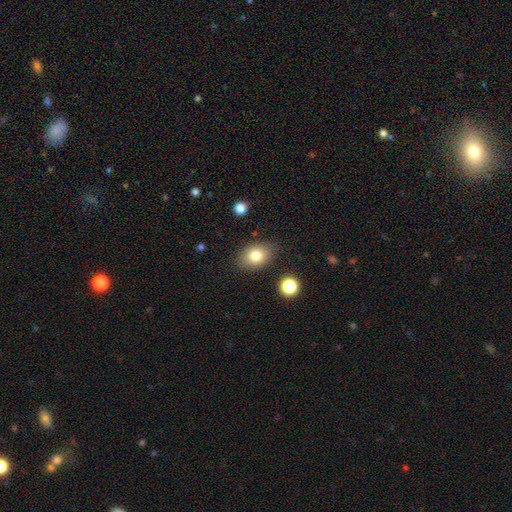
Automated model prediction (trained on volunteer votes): Q: Smooth or featured?
A: smooth (80%); runner-up: featured or disk (10%)
Q: How rounded?
A: in between (74%); runner-up: round (25%)
Q: Merging?
A: none (82%); runner-up: minor disturbance (12%)